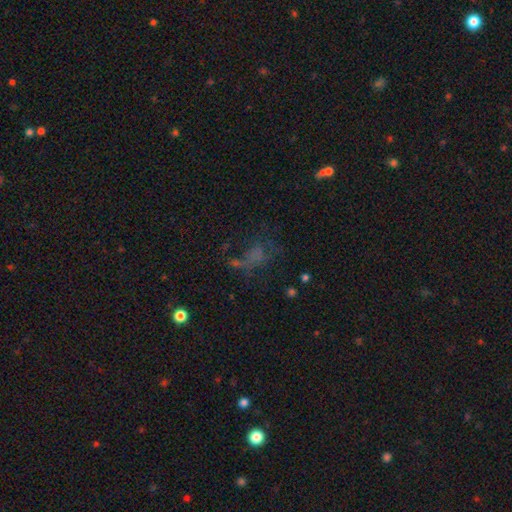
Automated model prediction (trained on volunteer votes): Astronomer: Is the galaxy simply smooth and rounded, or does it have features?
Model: smooth — 39% (runner-up: star or artifact, 31%).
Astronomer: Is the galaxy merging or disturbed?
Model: none — 37% (runner-up: major disturbance, 36%).